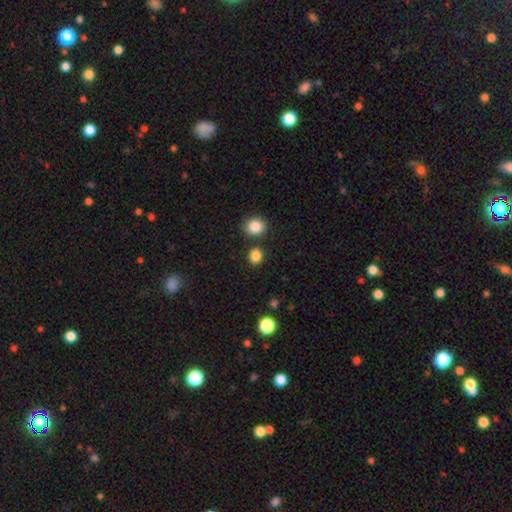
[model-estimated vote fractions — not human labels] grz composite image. It shows a smooth galaxy with no disk features (85%) that is round (85%). Merging: none (83%).